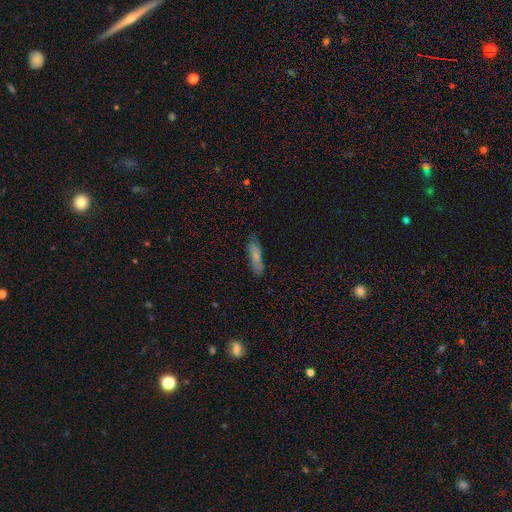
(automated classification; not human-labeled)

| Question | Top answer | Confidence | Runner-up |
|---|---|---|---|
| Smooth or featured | smooth | 74% | featured or disk (18%) |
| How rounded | cigar-shaped | 62% | in between (36%) |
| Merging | none | 77% | minor disturbance (17%) |